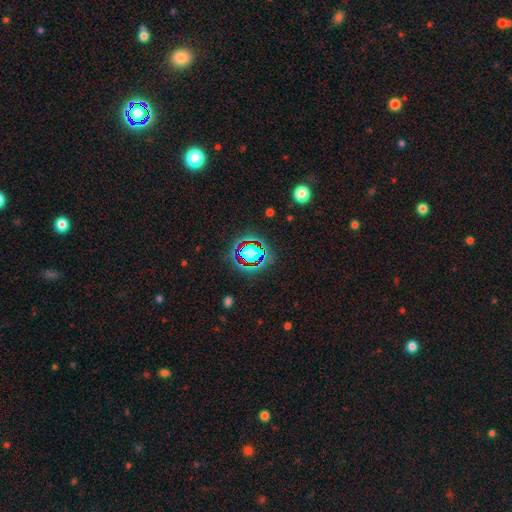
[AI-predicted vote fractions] This appears to be a star or artifact, not a galaxy (75%).